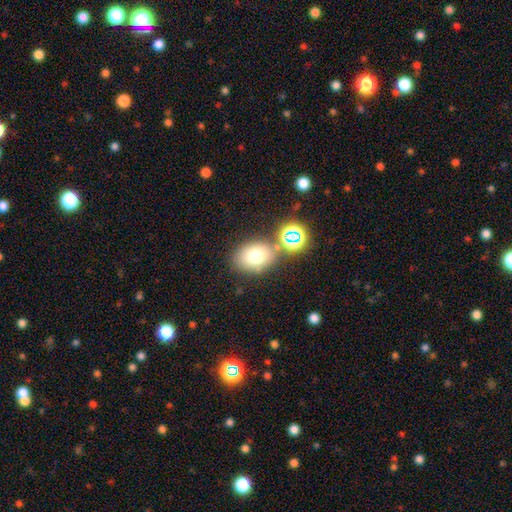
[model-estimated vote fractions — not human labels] This is likely a smooth galaxy (71%). How rounded: possibly in between (60%). Merging: likely none (70%).